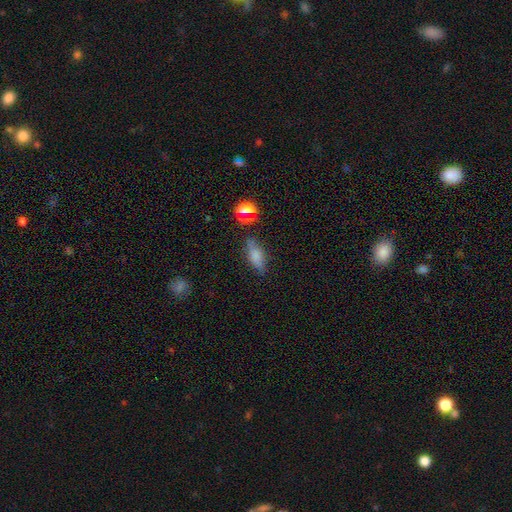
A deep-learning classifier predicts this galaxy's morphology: Smooth or featured? Predicted: smooth (p=0.68). How rounded? Predicted: in between (p=0.70). Merging? Predicted: none (p=0.68).